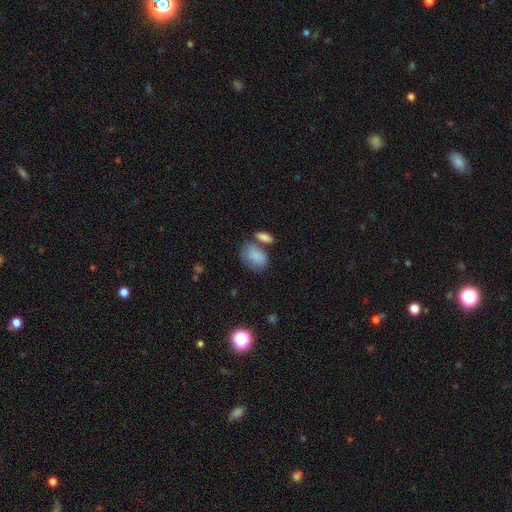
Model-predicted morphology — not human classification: type=smooth (84%); roundness=in between (85%); merging=none (46%).